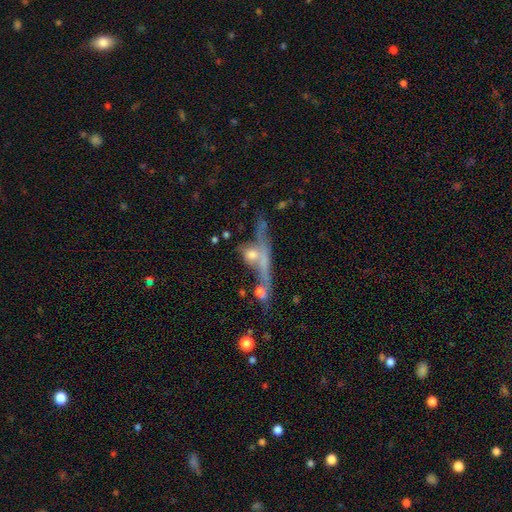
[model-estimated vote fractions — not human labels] smooth_or_featured: smooth (p=0.44) [alt: featured or disk p=0.41]
merging: merger (p=0.44) [alt: none p=0.28]